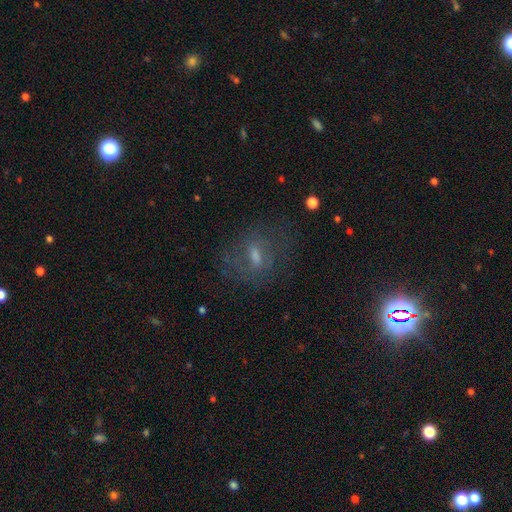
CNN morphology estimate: Overall: featured or disk (46%; smooth 39%). Merging: none (66%).